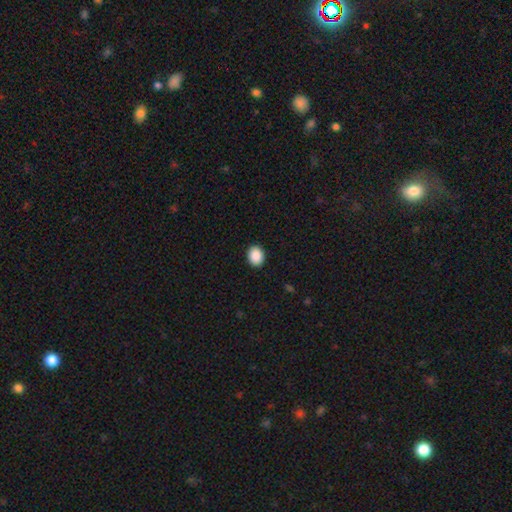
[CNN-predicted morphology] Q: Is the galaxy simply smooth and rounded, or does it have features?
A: smooth — 90%.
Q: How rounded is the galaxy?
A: in between — 55%.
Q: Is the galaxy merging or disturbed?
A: none — 91%.